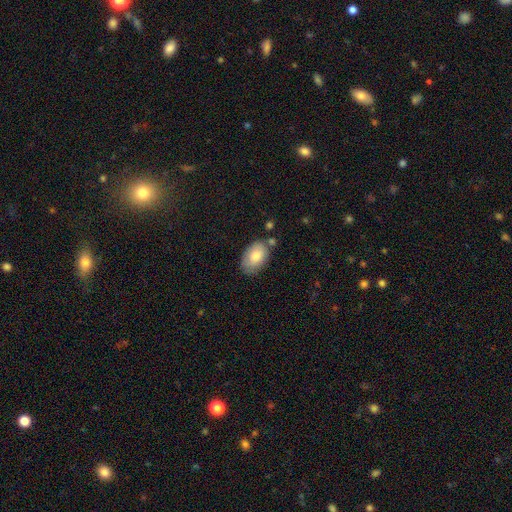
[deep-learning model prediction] The model was most divided on "merging": none: 68%, minor disturbance: 21%, merger: 7%, major disturbance: 5%. More confident: how rounded — in between (91%); smooth or featured — smooth (81%).